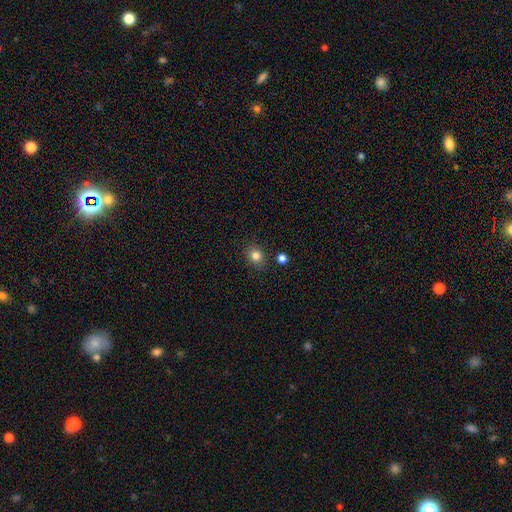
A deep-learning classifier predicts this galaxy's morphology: The model was most divided on "how rounded": round: 68%, in between: 31%, cigar-shaped: 1%. More confident: merging — none (83%); smooth or featured — smooth (82%).